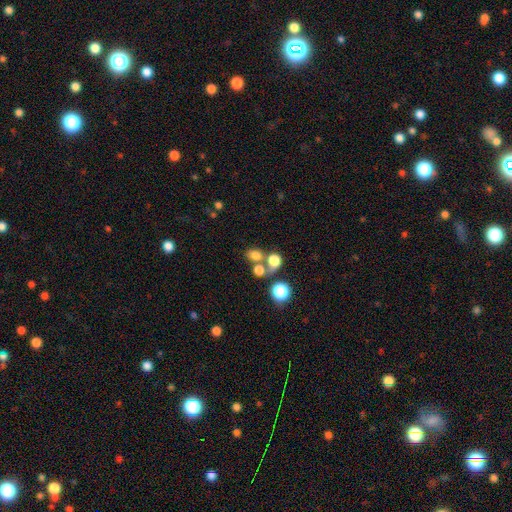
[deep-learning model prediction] Smooth or featured?
  - smooth: 73% *
  - star or artifact: 16%
  - featured or disk: 11%
How rounded?
  - round: 56% *
  - in between: 43%
  - cigar-shaped: 1%
Merging?
  - none: 45% *
  - merger: 39%
  - minor disturbance: 9%
  - major disturbance: 6%